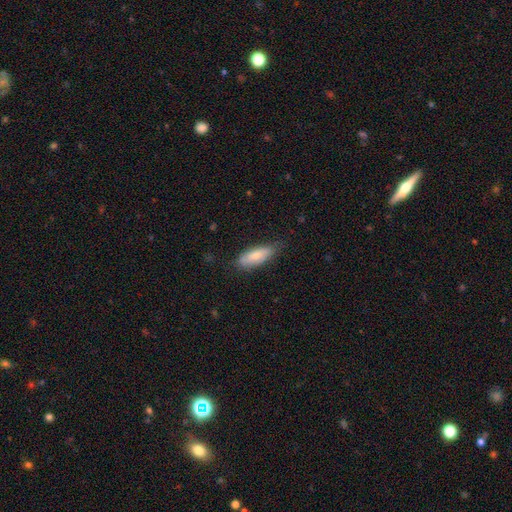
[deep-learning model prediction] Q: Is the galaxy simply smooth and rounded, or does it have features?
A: smooth — 76%.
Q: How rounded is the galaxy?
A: in between — 69%.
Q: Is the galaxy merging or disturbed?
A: none — 72%.